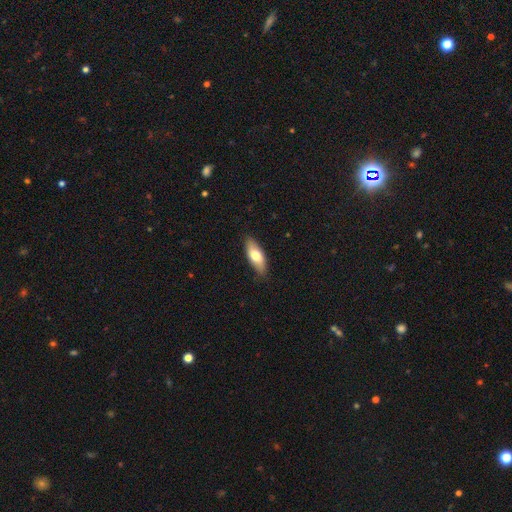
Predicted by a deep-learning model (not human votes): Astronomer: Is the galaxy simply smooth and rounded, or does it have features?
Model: smooth — 70%.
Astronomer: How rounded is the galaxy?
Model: in between — 77%.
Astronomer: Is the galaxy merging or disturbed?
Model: none — 86%.